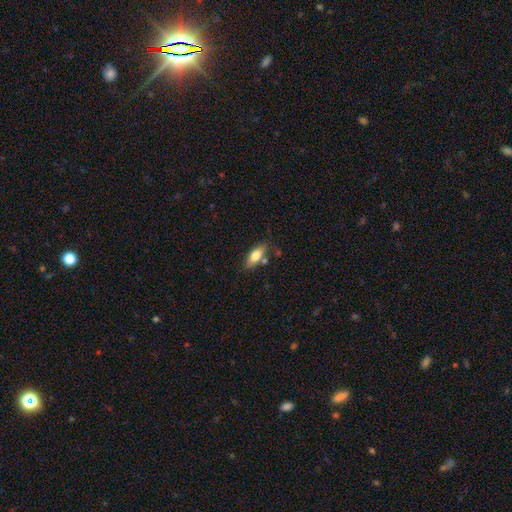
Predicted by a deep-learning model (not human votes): Smooth or featured: smooth — 72% (featured or disk — 21%)
How rounded: in between — 74% (cigar-shaped — 23%)
Merging: none — 71% (minor disturbance — 16%)